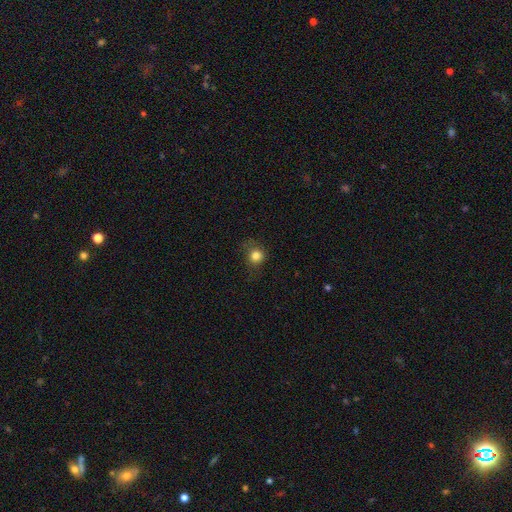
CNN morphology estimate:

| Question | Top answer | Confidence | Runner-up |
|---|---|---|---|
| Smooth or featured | smooth | 81% | star or artifact (12%) |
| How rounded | round | 83% | in between (16%) |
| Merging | none | 69% | minor disturbance (20%) |